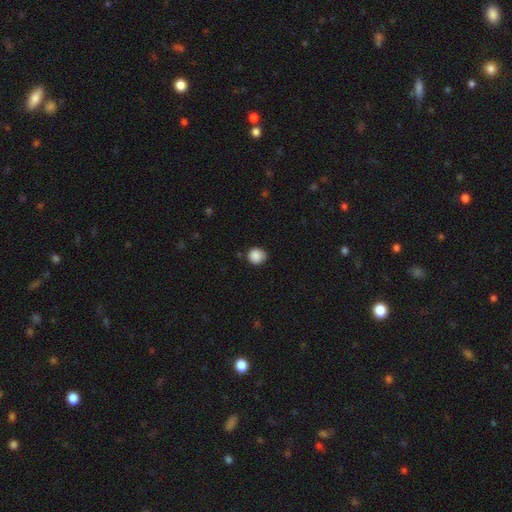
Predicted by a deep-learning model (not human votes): Smooth or featured? smooth (88%)
How rounded? round (84%)
Merging? none (69%)